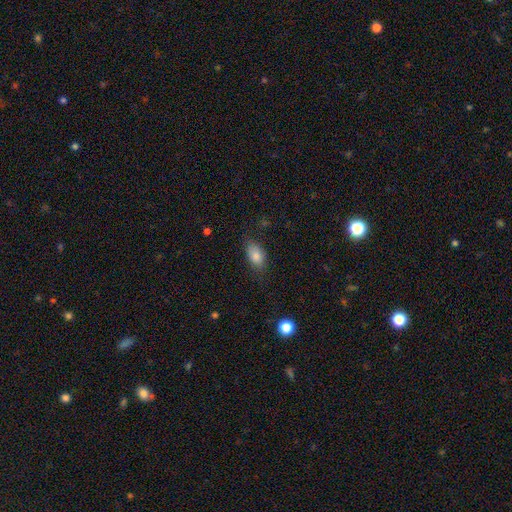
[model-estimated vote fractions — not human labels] smooth-or-featured: smooth: 83% | featured or disk: 9% | star or artifact: 8%
  how-rounded: in between: 88% | round: 8% | cigar-shaped: 4%
  merging: none: 75% | minor disturbance: 19% | major disturbance: 5% | merger: 1%